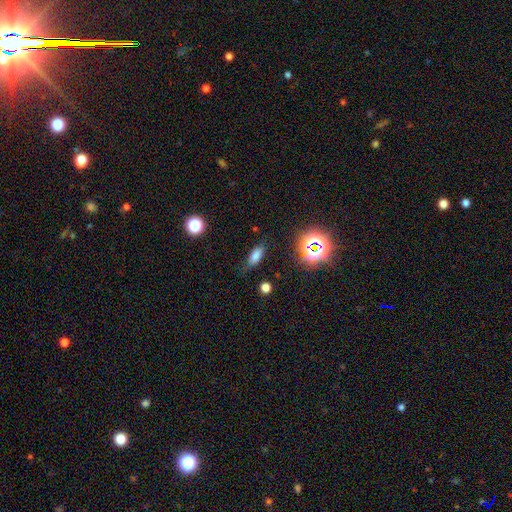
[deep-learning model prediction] A smooth galaxy with no disk features (73%) that is in between round and cigar-shaped (73%). Merging: none (75%).